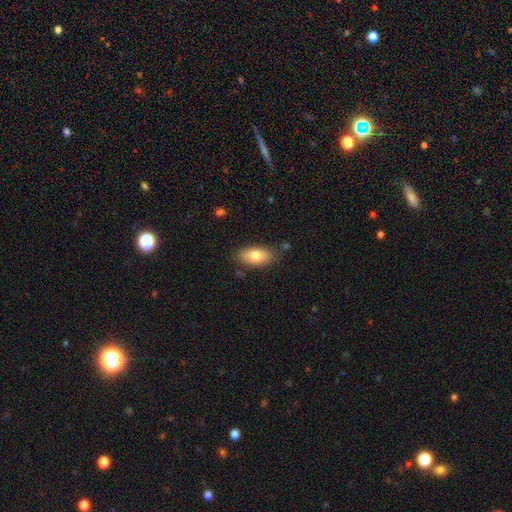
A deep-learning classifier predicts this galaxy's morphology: Smooth or featured? smooth (78%)
How rounded? in between (90%)
Merging? none (81%)